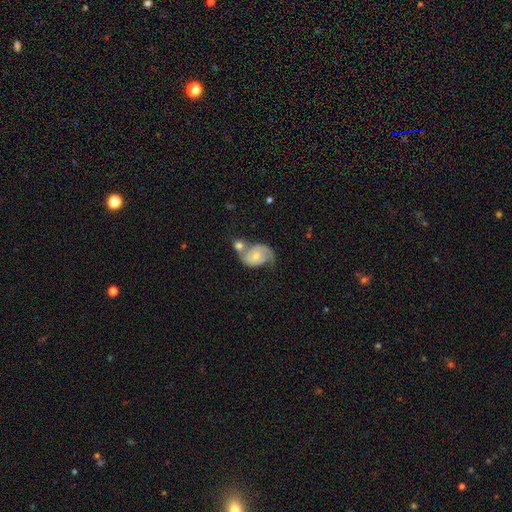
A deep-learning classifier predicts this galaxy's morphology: The model was most divided on "merging": merger: 41%, none: 32%, minor disturbance: 16%, major disturbance: 11%. Remaining: edge-on disk — no (97%); spiral arms — yes (92%); spiral arm count — 2 (82%); smooth or featured — featured or disk (74%); bar — no (59%); bulge size — small (50%); spiral winding — medium (47%).